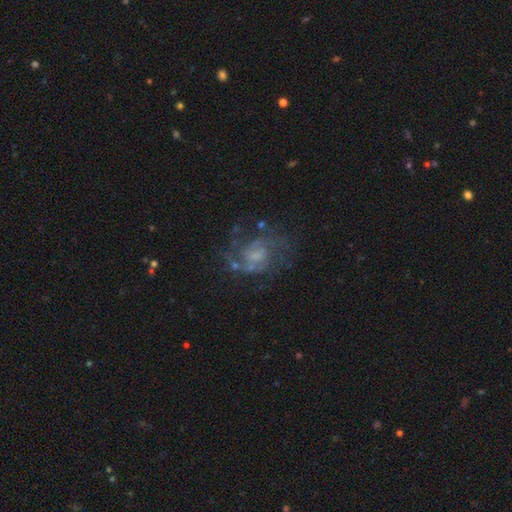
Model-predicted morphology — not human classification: Smooth or featured?
  - featured or disk: 76% *
  - smooth: 13%
  - star or artifact: 11%
Edge-on disk?
  - no: 98% *
  - yes: 2%
Bar?
  - no: 54% *
  - weak: 40%
  - strong: 7%
Spiral arms?
  - yes: 88% *
  - no: 12%
Spiral winding?
  - medium: 50% *
  - tight: 29%
  - loose: 21%
Spiral arm count?
  - 2: 51% *
  - can't tell: 23%
  - 3: 12%
  - 1: 5%
  - 4: 4%
  - more than 4: 3%
Bulge size?
  - none: 32% *
  - small: 31%
  - moderate: 29%
  - large: 7%
  - dominant: 1%
Merging?
  - none: 61% *
  - minor disturbance: 18%
  - major disturbance: 17%
  - merger: 3%